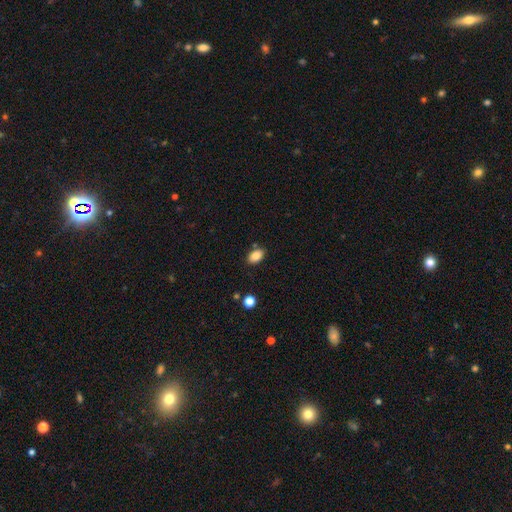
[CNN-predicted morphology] Smooth or featured? Predicted: smooth (p=0.85). How rounded? Predicted: in between (p=0.89). Merging? Predicted: none (p=0.83).